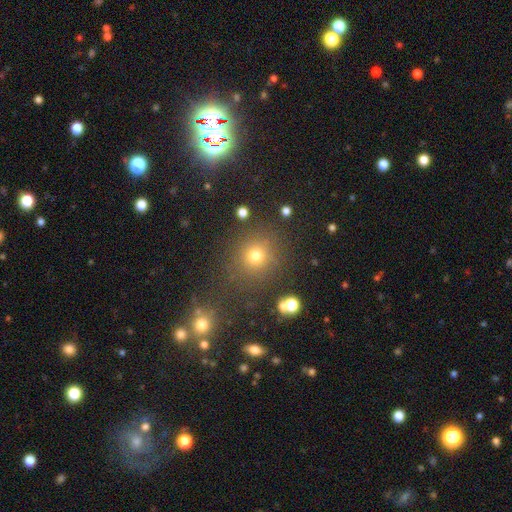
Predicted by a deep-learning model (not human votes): A smooth galaxy with no disk features (73%) that is round (89%).

Vote fractions:
- Smooth or featured? smooth: 73% / star or artifact: 20% / featured or disk: 7%
- How rounded? round: 89% / in between: 10% / cigar-shaped: 1%
- Merging? none: 81% / minor disturbance: 9% / merger: 5% / major disturbance: 5%